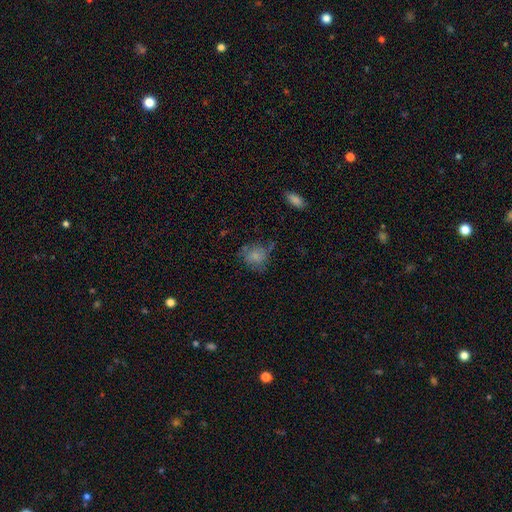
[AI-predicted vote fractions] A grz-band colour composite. It shows a smooth galaxy with no disk features (72%) that is round (71%). Merging: none (50%).